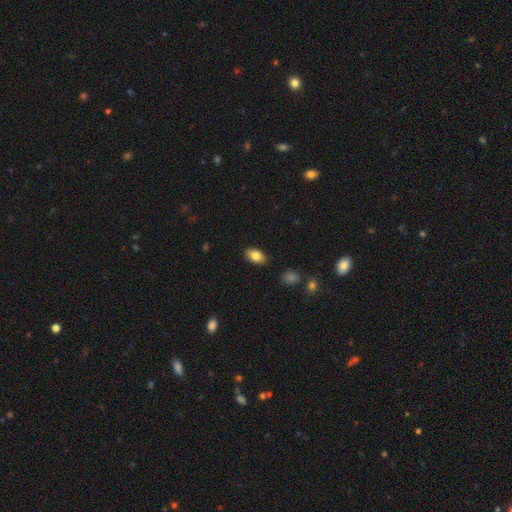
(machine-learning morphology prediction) Smooth or featured: smooth — 81% (featured or disk — 11%)
How rounded: in between — 91% (round — 7%)
Merging: none — 87% (minor disturbance — 9%)